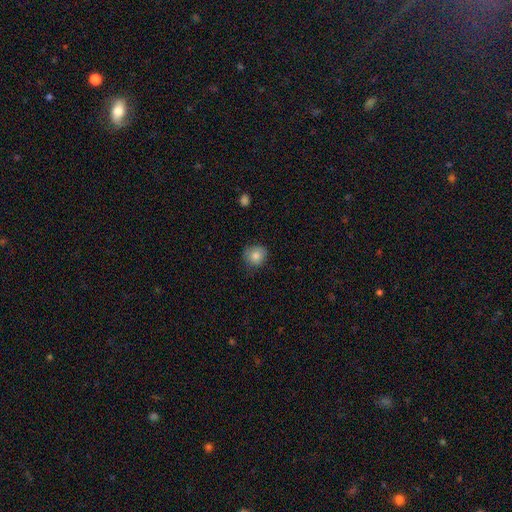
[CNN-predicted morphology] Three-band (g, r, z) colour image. It shows a smooth galaxy with no disk features (82%) that is round (85%). Merging: none (78%).